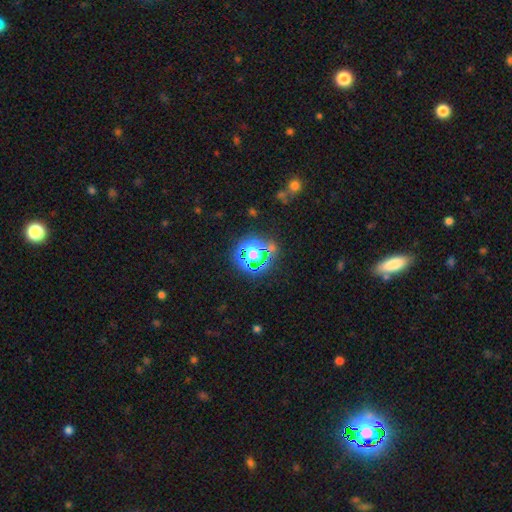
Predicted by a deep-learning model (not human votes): Q: Smooth or featured?
A: star or artifact (63%); runner-up: smooth (27%)